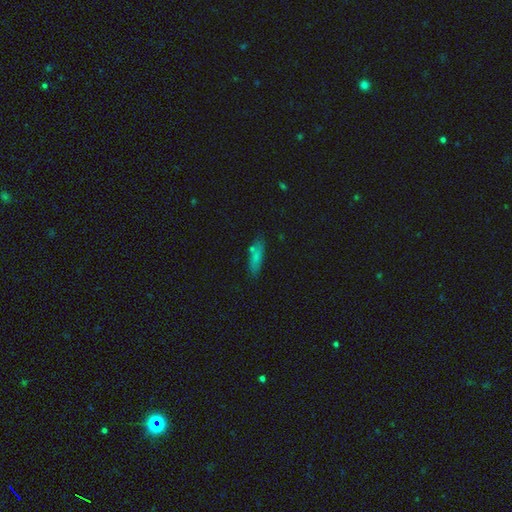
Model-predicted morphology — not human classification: The model was most divided on "how rounded": cigar-shaped: 54%, in between: 42%, round: 3%. More confident: merging — none (77%); smooth or featured — smooth (72%).